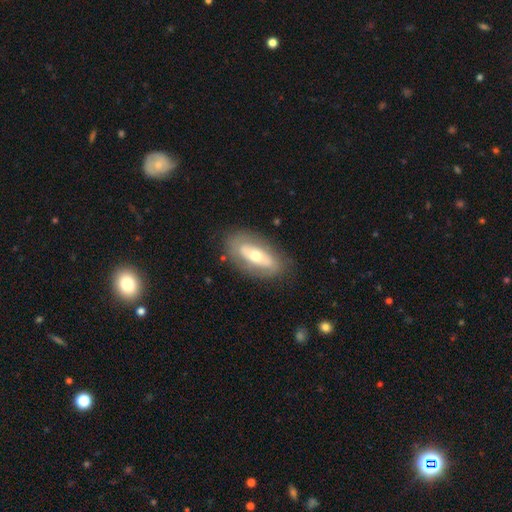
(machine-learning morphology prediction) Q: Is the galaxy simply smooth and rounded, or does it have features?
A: featured or disk — 57%.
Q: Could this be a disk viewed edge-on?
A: no — 84%.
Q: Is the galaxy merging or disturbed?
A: none — 80%.